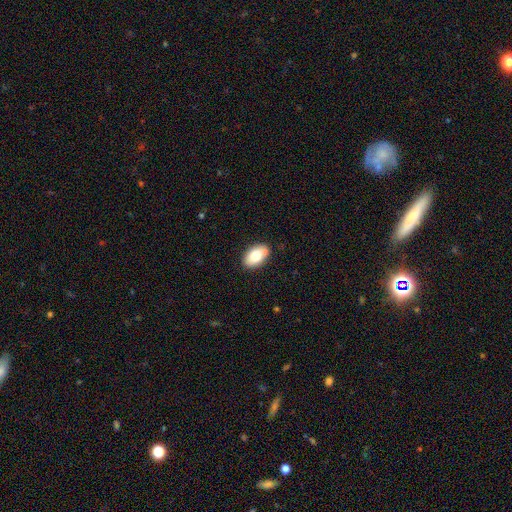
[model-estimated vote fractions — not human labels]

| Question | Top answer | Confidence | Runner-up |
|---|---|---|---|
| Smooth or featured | smooth | 74% | featured or disk (18%) |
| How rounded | in between | 90% | round (8%) |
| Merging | none | 80% | minor disturbance (13%) |